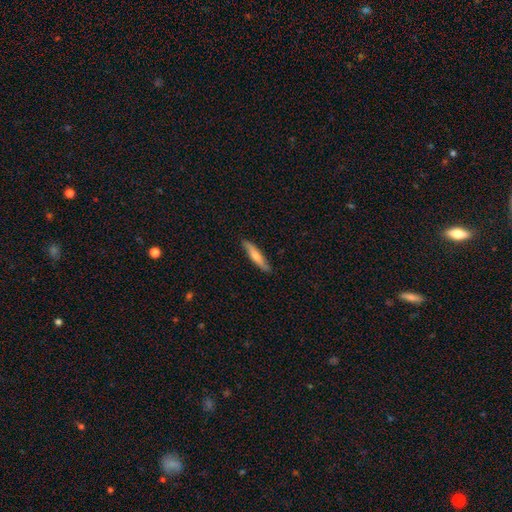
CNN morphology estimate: Smooth or featured? Predicted: smooth (p=0.60). How rounded? Predicted: cigar-shaped (p=0.88). Merging? Predicted: none (p=0.86).